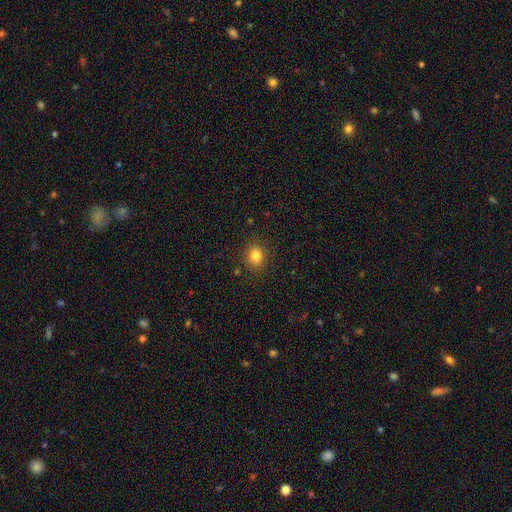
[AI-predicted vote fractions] Smooth or featured: smooth — 82% (star or artifact — 12%)
How rounded: round — 76% (in between — 23%)
Merging: none — 89% (minor disturbance — 7%)